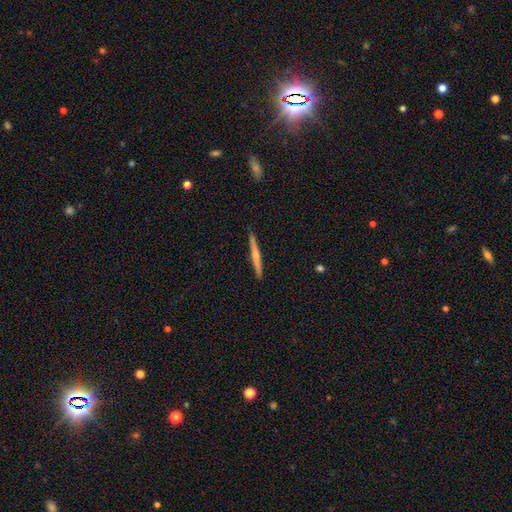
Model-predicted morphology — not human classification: This appears to be a featured or disk galaxy (51%) viewed edge-on (98%). Merging: none (91%).